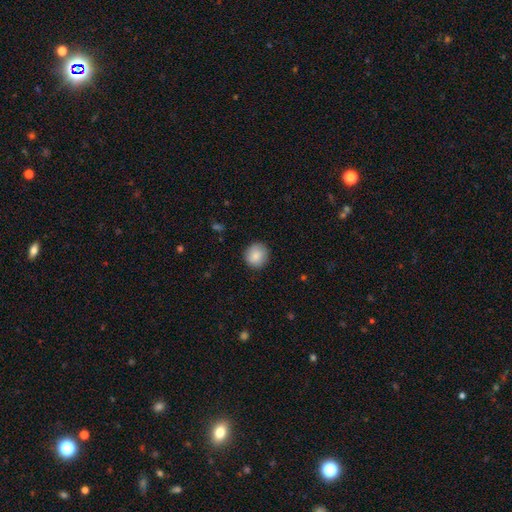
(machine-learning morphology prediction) smooth-or-featured: smooth: 87% | star or artifact: 7% | featured or disk: 6%
  how-rounded: round: 89% | in between: 10% | cigar-shaped: 1%
  merging: none: 88% | minor disturbance: 9% | major disturbance: 2% | merger: 1%